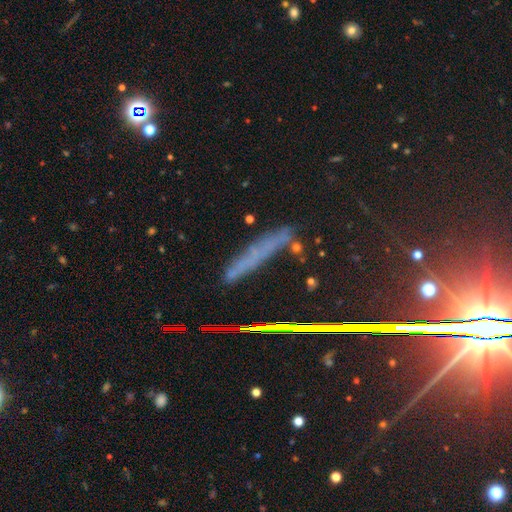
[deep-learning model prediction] star or artifact 35% (tied), smooth 35% (tied), featured or disk 30%.